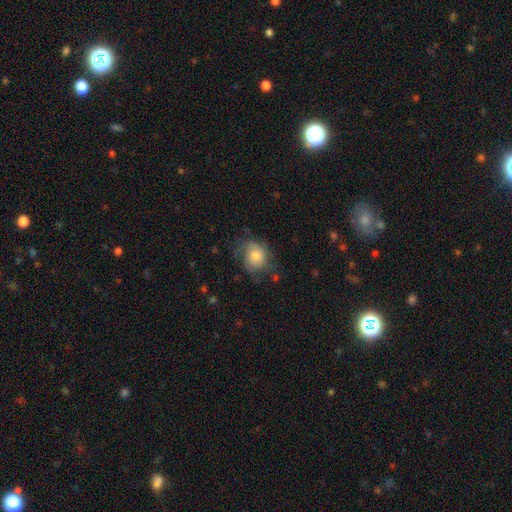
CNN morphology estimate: smooth-or-featured: smooth: 67% | featured or disk: 25% | star or artifact: 8%
  how-rounded: round: 68% | in between: 31% | cigar-shaped: 1%
  merging: none: 54% | minor disturbance: 28% | major disturbance: 16% | merger: 2%